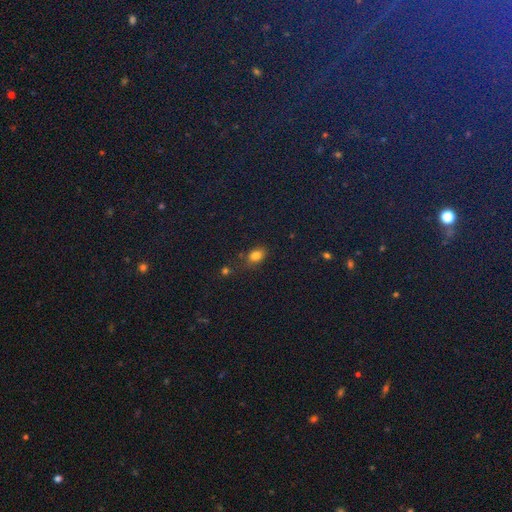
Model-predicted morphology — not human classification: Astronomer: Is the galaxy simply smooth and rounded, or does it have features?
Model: smooth — 80%.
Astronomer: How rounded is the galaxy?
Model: in between — 71%.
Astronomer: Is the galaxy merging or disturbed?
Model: none — 69%.